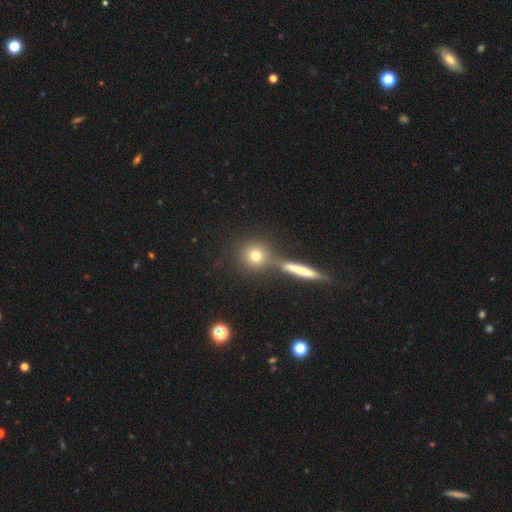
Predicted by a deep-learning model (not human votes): Smooth or featured: smooth — 73% (star or artifact — 14%)
How rounded: round — 88% (in between — 8%)
Merging: none — 68% (merger — 20%)